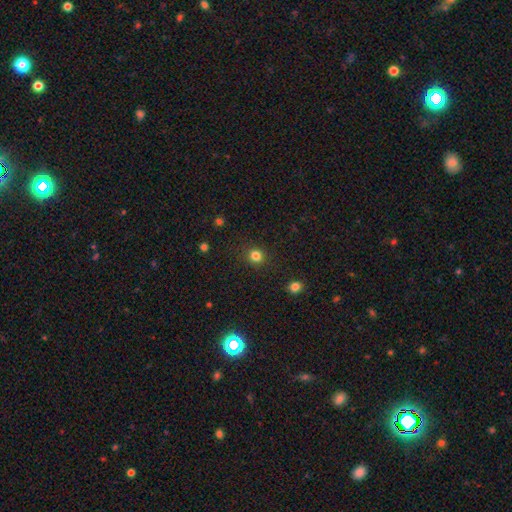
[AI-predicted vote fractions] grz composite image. It shows a smooth galaxy with no disk features (82%) that is round (90%). Merging: none (89%).